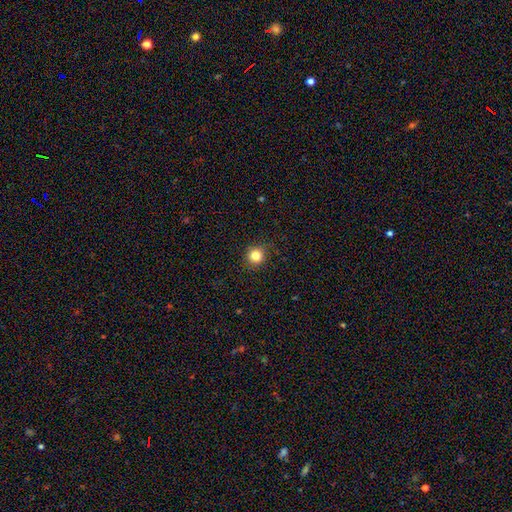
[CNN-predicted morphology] A smooth galaxy with no disk features (83%) that is round (91%). Merging: none (89%).